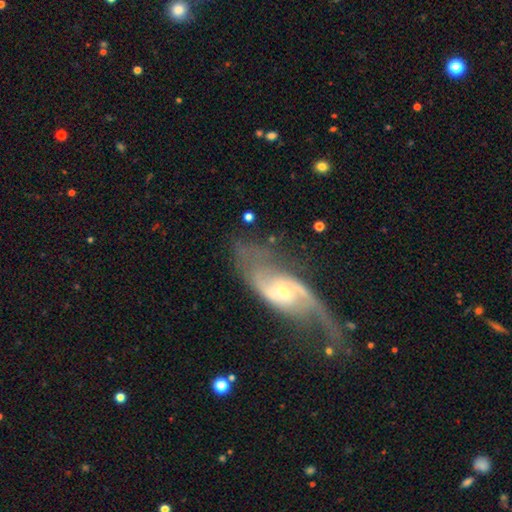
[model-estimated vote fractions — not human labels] smooth_or_featured: featured or disk (p=0.85) [alt: smooth p=0.08]
disk_edge_on: no (p=0.94) [alt: yes p=0.06]
bar: no (p=0.52) [alt: weak p=0.37]
has_spiral_arms: yes (p=0.94) [alt: no p=0.06]
spiral_winding: loose (p=0.49) [alt: medium p=0.37]
spiral_arm_count: 2 (p=0.81) [alt: can't tell p=0.08]
bulge_size: small (p=0.61) [alt: moderate p=0.34]
merging: none (p=0.55) [alt: major disturbance p=0.21]